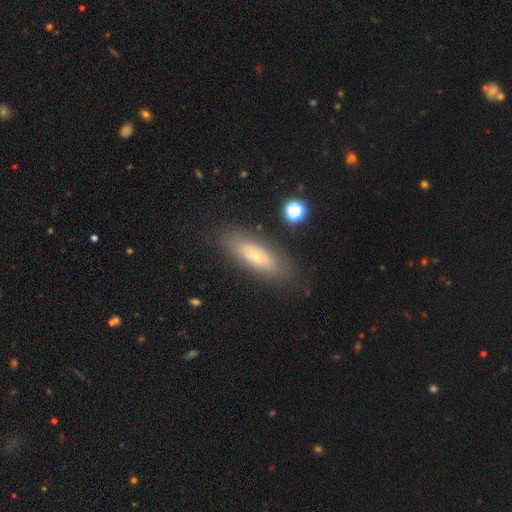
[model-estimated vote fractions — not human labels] smooth_or_featured: smooth (p=0.54) [alt: featured or disk p=0.37]
how_rounded: in between (p=0.60) [alt: cigar-shaped p=0.36]
merging: none (p=0.80) [alt: minor disturbance p=0.13]